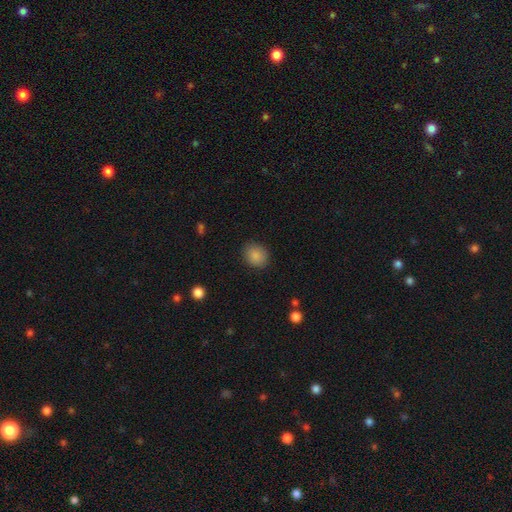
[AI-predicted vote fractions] This appears to be a smooth galaxy with no disk features (87%) that is round (61%). Merging: none (86%).